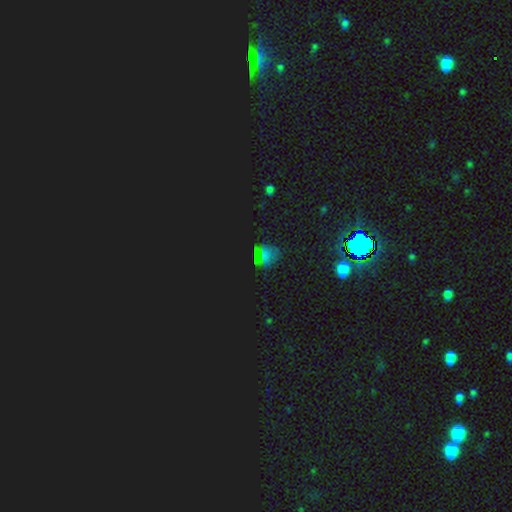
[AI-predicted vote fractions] A star or artifact, not a galaxy (70%).